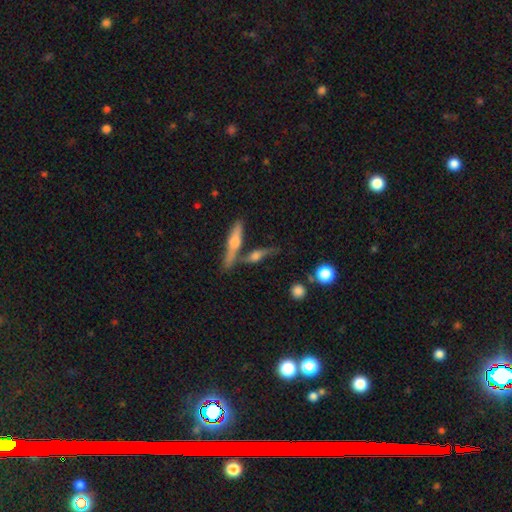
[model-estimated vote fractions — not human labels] A featured or disk galaxy (60%) viewed edge-on (81%).

Vote fractions:
- Smooth or featured? featured or disk: 60% / smooth: 31% / star or artifact: 9%
- Edge-on disk? yes: 81% / no: 19%
- Merging? none: 50% / merger: 31% / minor disturbance: 14% / major disturbance: 6%